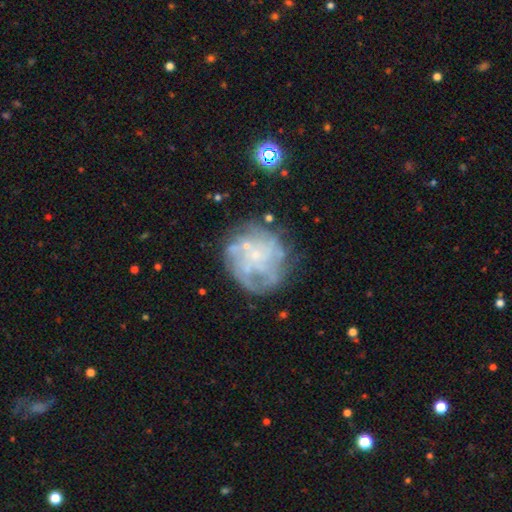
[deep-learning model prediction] Smooth or featured? featured or disk (69%)
Edge-on disk? no (98%)
Bar? no (84%)
Spiral arms? yes (53%)
Bulge size? small (66%)
Merging? none (58%)